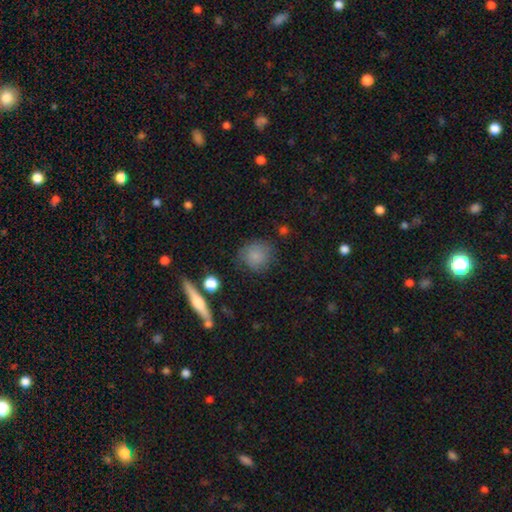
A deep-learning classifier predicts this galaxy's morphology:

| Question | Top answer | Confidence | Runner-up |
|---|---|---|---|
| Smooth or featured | smooth | 79% | featured or disk (11%) |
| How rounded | round | 84% | in between (14%) |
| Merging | none | 72% | minor disturbance (18%) |